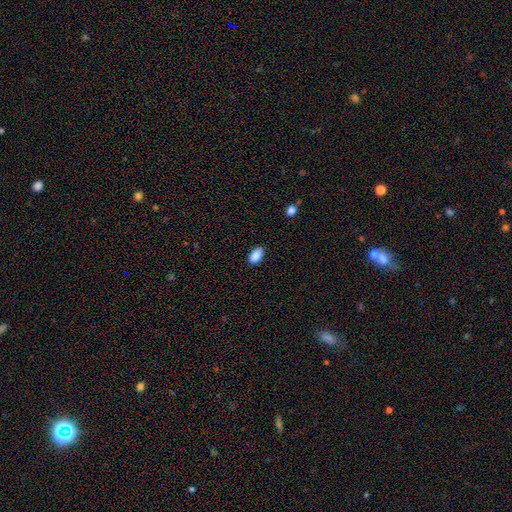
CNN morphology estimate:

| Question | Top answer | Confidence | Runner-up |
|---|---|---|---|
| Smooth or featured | smooth | 89% | star or artifact (7%) |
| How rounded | in between | 93% | round (4%) |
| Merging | none | 87% | minor disturbance (10%) |